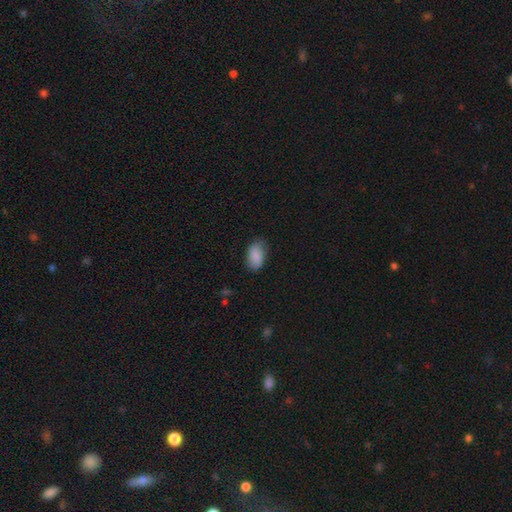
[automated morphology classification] smooth 87%, star or artifact 7%, featured or disk 7%. Down the decision tree: how rounded — in between (92%); merging — none (76%).